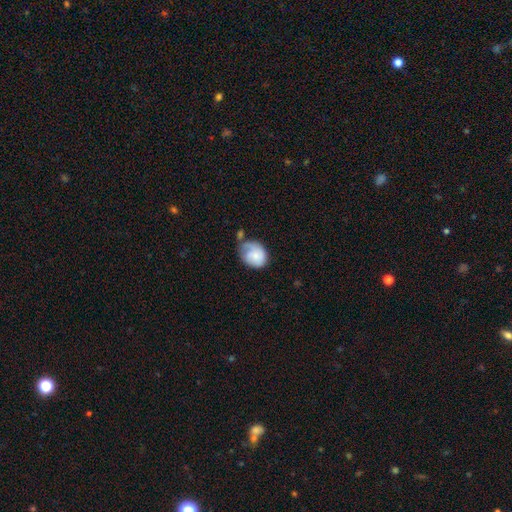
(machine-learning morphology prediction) Overall: smooth (62%; featured or disk 32%). How rounded: in between (51%; round 48%). Merging: none (38%; minor disturbance 35%).